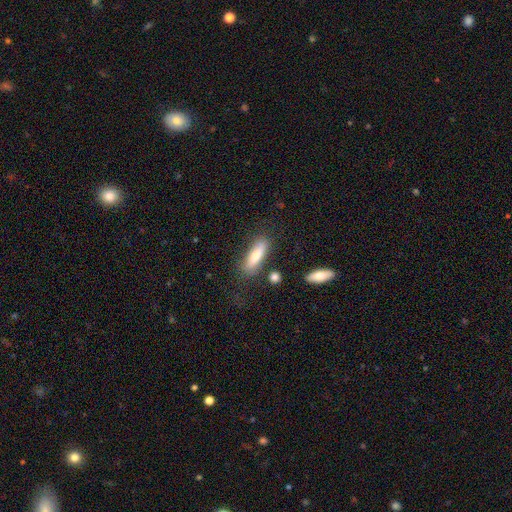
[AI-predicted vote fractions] Smooth or featured: smooth — 65% (featured or disk — 28%)
How rounded: cigar-shaped — 53% (in between — 44%)
Merging: none — 73% (minor disturbance — 16%)